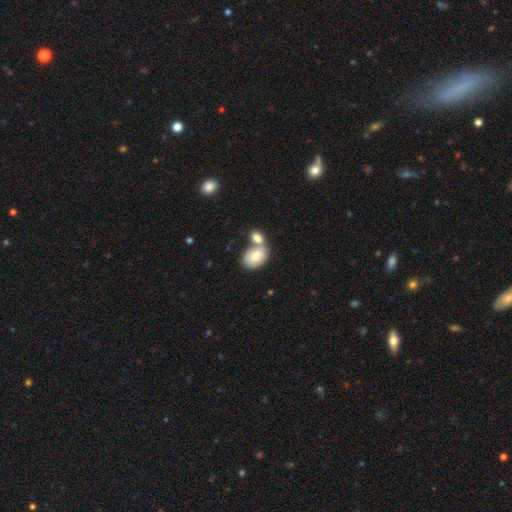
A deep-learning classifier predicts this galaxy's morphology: type=smooth (75%); roundness=in between (82%); merging=merger (55%).